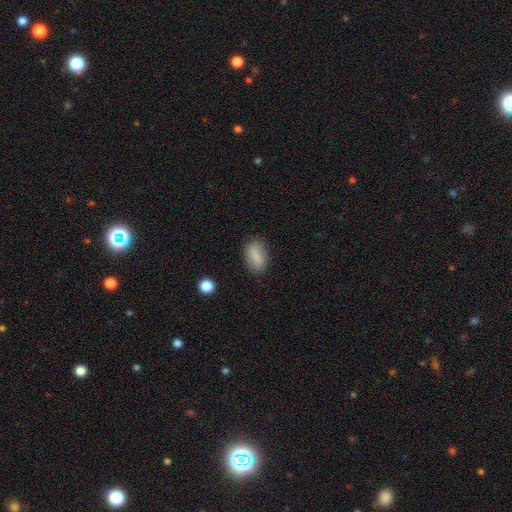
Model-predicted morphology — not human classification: smooth-or-featured: smooth: 82% | featured or disk: 11% | star or artifact: 8%
  how-rounded: in between: 89% | round: 7% | cigar-shaped: 4%
  merging: none: 81% | minor disturbance: 14% | major disturbance: 4% | merger: 1%